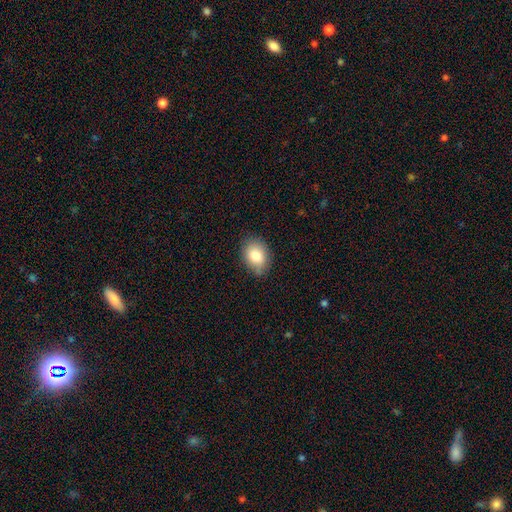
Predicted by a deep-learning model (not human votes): Smooth or featured?
  - smooth: 83% *
  - featured or disk: 9%
  - star or artifact: 8%
How rounded?
  - in between: 70% *
  - round: 29%
  - cigar-shaped: 1%
Merging?
  - none: 79% *
  - minor disturbance: 17%
  - major disturbance: 3%
  - merger: 1%